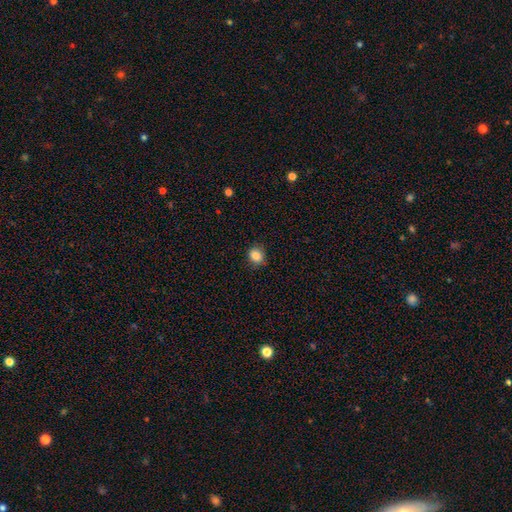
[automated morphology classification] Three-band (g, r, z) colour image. It shows a smooth galaxy with no disk features (86%) that is round (69%). Merging: none (82%).